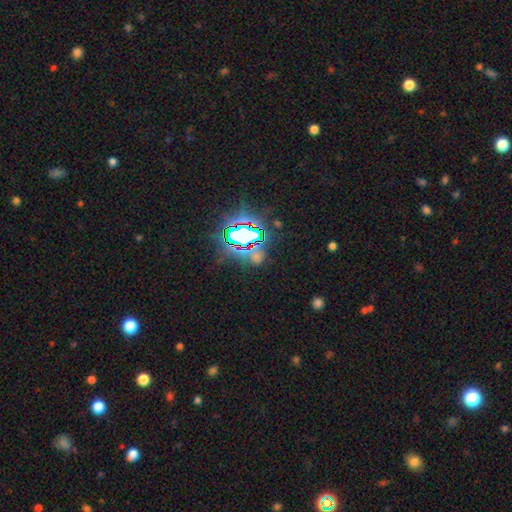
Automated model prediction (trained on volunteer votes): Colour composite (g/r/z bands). It shows a star or artifact, not a galaxy (76%).